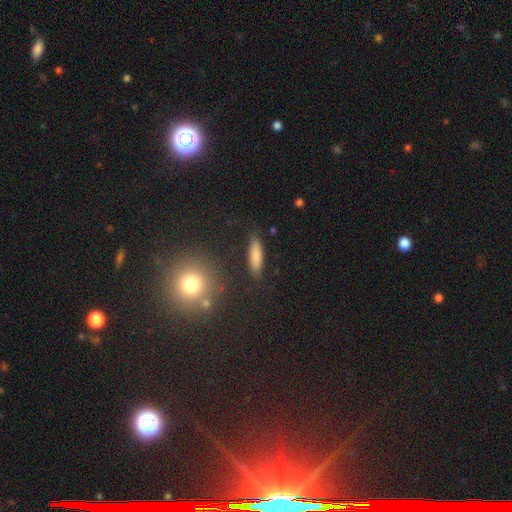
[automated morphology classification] Smooth or featured?
  - smooth: 80% *
  - featured or disk: 13%
  - star or artifact: 8%
How rounded?
  - cigar-shaped: 58% *
  - in between: 39%
  - round: 3%
Merging?
  - none: 84% *
  - minor disturbance: 11%
  - major disturbance: 3%
  - merger: 2%